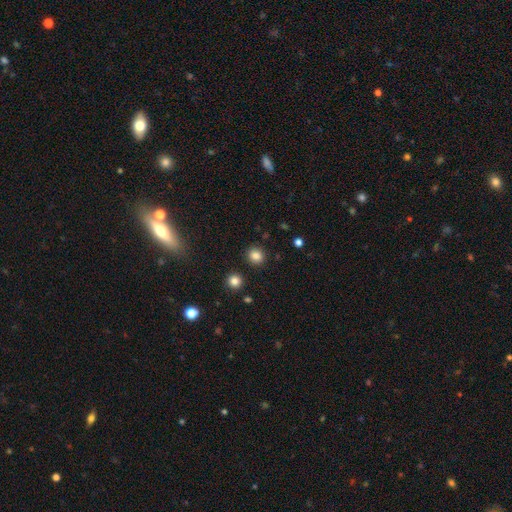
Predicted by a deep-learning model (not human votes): Q: Smooth or featured?
A: smooth (83%); runner-up: star or artifact (12%)
Q: How rounded?
A: round (87%); runner-up: in between (12%)
Q: Merging?
A: none (90%); runner-up: minor disturbance (6%)